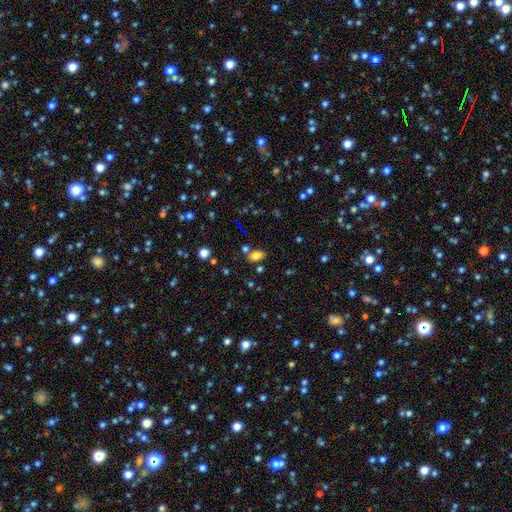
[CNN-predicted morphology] Smooth or featured?
  - smooth: 79% *
  - star or artifact: 13%
  - featured or disk: 8%
How rounded?
  - in between: 85% *
  - round: 13%
  - cigar-shaped: 2%
Merging?
  - none: 71% *
  - merger: 13%
  - minor disturbance: 12%
  - major disturbance: 4%